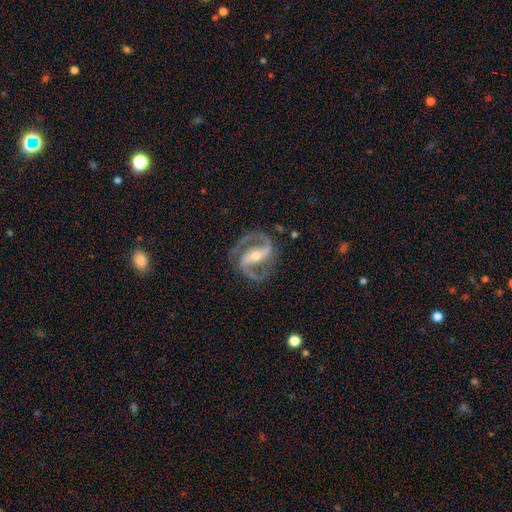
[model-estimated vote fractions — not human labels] A featured or disk galaxy (93%) with a strong bar (59%), 2 (94%) medium (63%) spiral arms (98%) and a moderate central bulge (53%). Merging: none (83%).